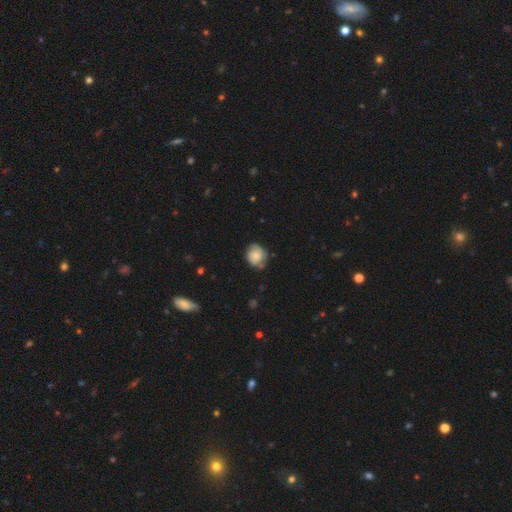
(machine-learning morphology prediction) This is possibly a smooth galaxy (58%). How rounded: likely round (75%). Merging: likely none (64%).